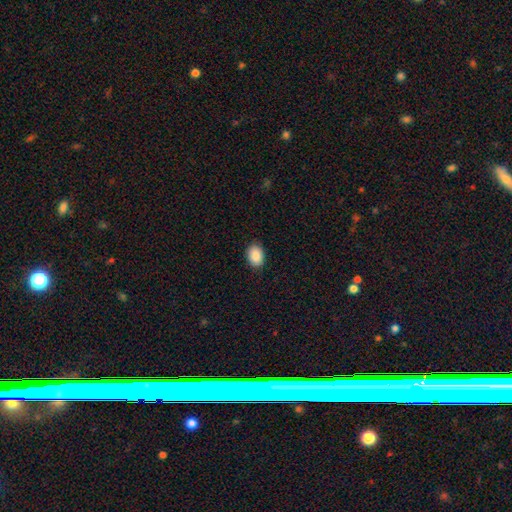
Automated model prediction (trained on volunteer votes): Smooth or featured?
  - smooth: 90% *
  - star or artifact: 7%
  - featured or disk: 3%
How rounded?
  - in between: 78% *
  - round: 21%
  - cigar-shaped: 1%
Merging?
  - none: 88% *
  - minor disturbance: 9%
  - major disturbance: 2%
  - merger: 1%